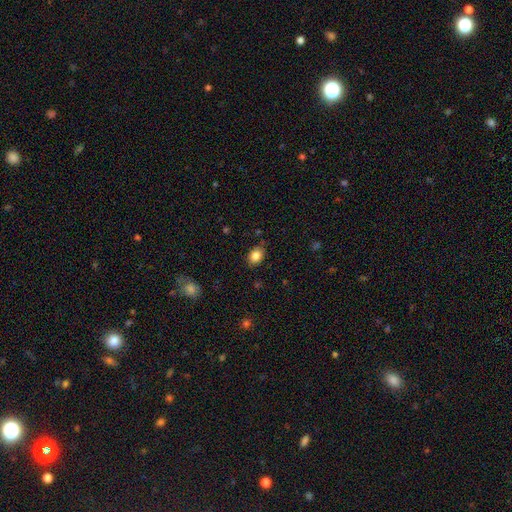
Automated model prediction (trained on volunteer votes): A smooth galaxy with no disk features (84%) that is in between round and cigar-shaped (64%). Merging: none (82%).